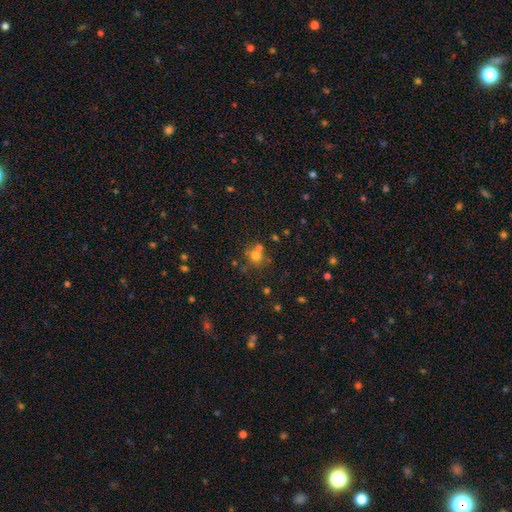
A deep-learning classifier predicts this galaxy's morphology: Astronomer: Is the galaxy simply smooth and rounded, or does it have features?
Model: smooth — 67%.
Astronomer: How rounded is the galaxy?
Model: round — 86%.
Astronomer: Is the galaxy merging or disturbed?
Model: none — 58%.